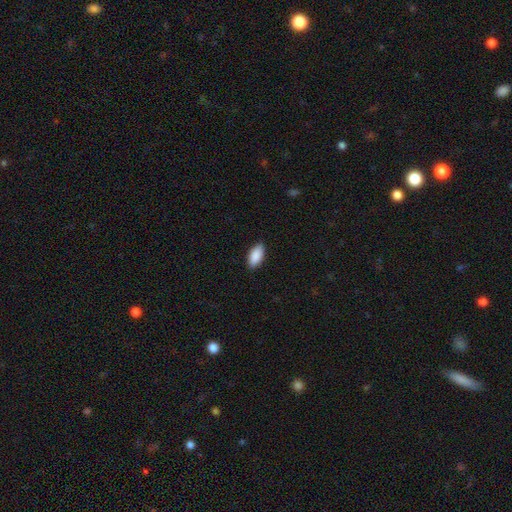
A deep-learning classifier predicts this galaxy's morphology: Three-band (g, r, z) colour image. It shows a smooth galaxy with no disk features (90%) that is in between round and cigar-shaped (91%). Merging: none (87%).